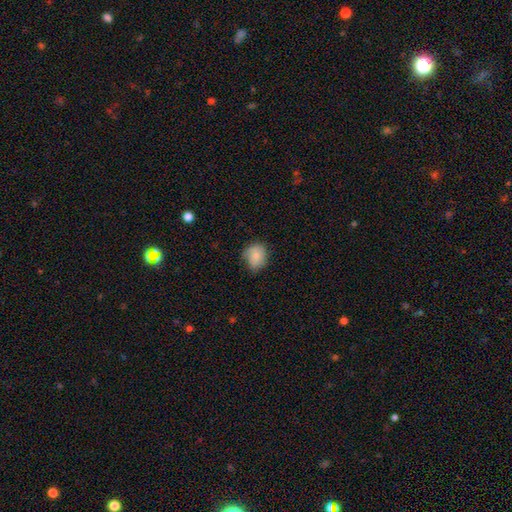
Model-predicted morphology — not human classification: type=smooth (78%); roundness=round (66%); merging=none (60%).